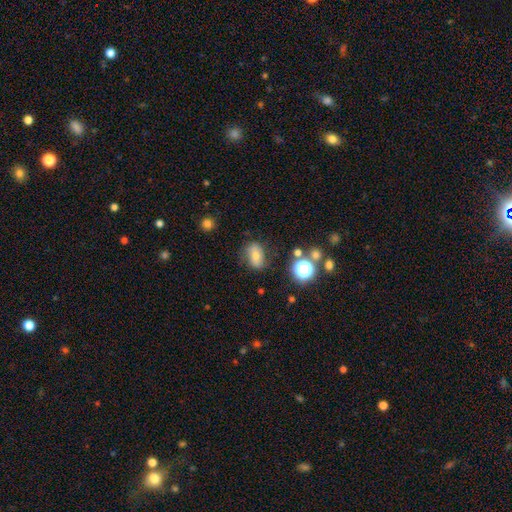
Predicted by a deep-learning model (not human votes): Q: Smooth or featured?
A: smooth (63%); runner-up: featured or disk (22%)
Q: How rounded?
A: in between (77%); runner-up: round (20%)
Q: Merging?
A: none (72%); runner-up: minor disturbance (18%)